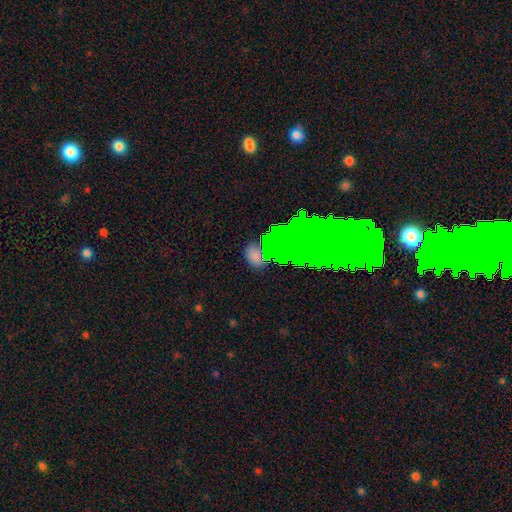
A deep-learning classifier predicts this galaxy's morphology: smooth_or_featured: star or artifact (p=0.41) [alt: smooth p=0.38]